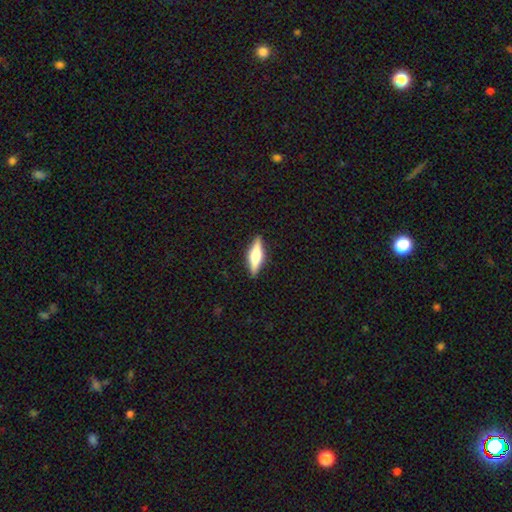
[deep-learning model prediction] smooth_or_featured: featured or disk (p=0.53) [alt: smooth p=0.41]
disk_edge_on: yes (p=0.96) [alt: no p=0.04]
edge_on_bulge: rounded (p=0.84) [alt: boxy p=0.12]
merging: none (p=0.90) [alt: minor disturbance p=0.08]